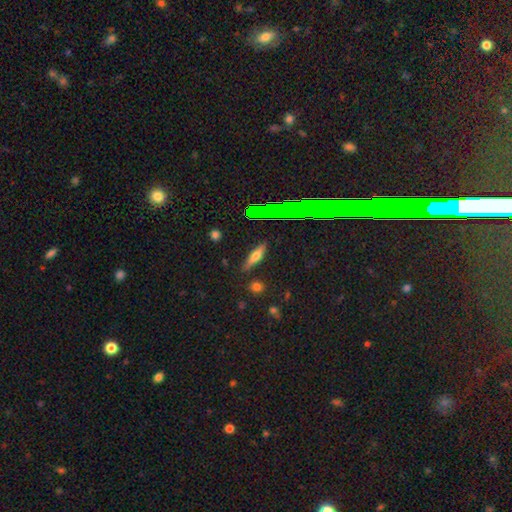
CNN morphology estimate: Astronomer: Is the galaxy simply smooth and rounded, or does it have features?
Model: smooth — 53% (runner-up: featured or disk, 33%).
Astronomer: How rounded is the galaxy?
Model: cigar-shaped — 66%.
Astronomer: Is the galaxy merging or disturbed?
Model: none — 85%.